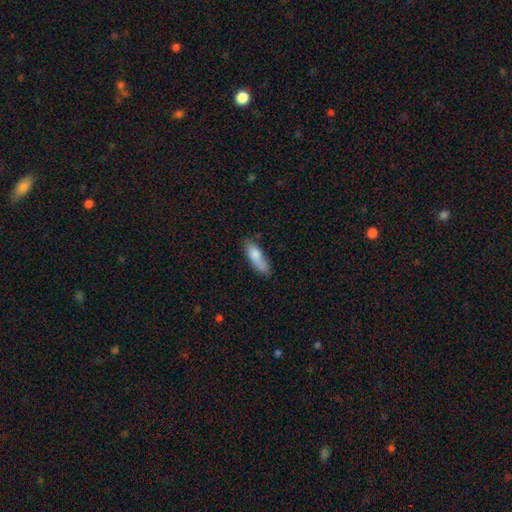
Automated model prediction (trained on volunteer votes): smooth-or-featured: smooth: 79% | featured or disk: 14% | star or artifact: 7%
  how-rounded: in between: 56% | cigar-shaped: 42% | round: 2%
  merging: none: 61% | minor disturbance: 26% | major disturbance: 7% | merger: 6%